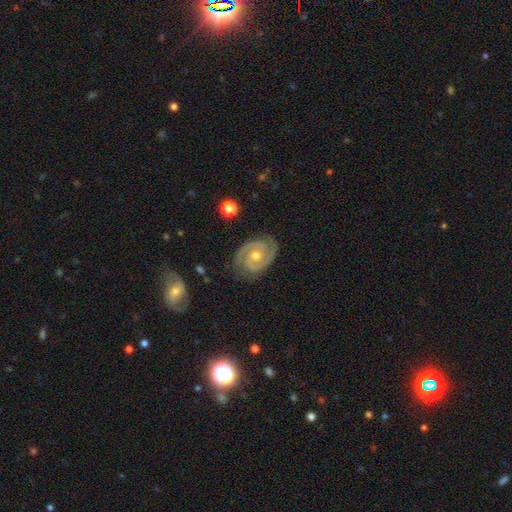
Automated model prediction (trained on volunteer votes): A featured or disk galaxy (91%) with no bar (63%), 2 (92%) tight (63%) spiral arms (98%) and a moderate central bulge (70%).

Vote fractions:
- Smooth or featured? featured or disk: 91% / star or artifact: 5% / smooth: 4%
- Edge-on disk? no: 98% / yes: 2%
- Bar? no: 63% / weak: 27% / strong: 10%
- Spiral arms? yes: 98% / no: 2%
- Spiral winding? tight: 63% / medium: 32% / loose: 4%
- Spiral arm count? 2: 92% / 3: 3% / can't tell: 2% / 1: 1% / 4: 1% / more than 4: 1%
- Bulge size? moderate: 70% / small: 25% / large: 2% / none: 1% / dominant: 1%
- Merging? none: 83% / minor disturbance: 12% / major disturbance: 3% / merger: 1%